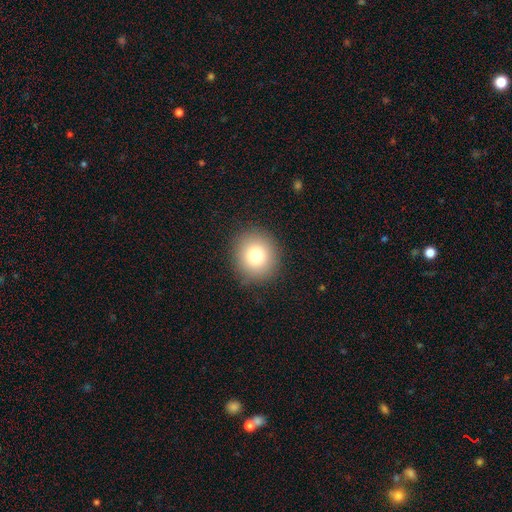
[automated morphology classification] type=smooth (79%); roundness=round (89%); merging=none (89%).